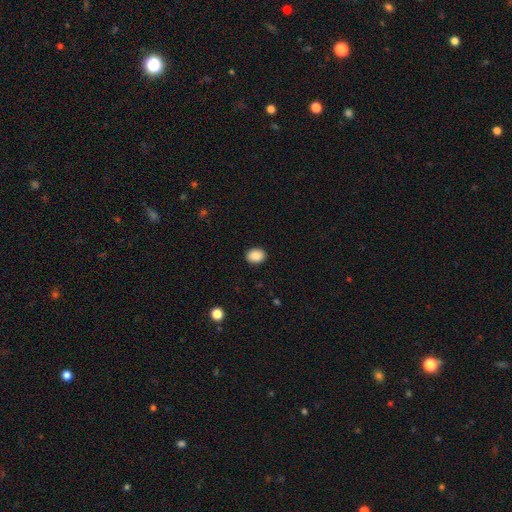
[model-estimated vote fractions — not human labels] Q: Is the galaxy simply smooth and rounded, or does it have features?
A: smooth — 89%.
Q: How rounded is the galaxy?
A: in between — 56%.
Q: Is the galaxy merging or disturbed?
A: none — 91%.